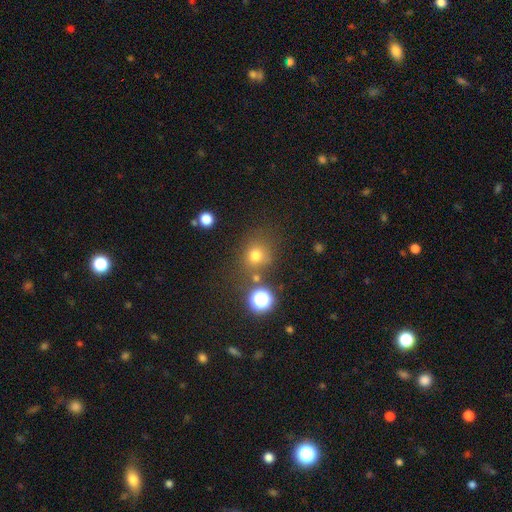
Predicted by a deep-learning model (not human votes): Q: Smooth or featured?
A: smooth (71%); runner-up: star or artifact (21%)
Q: How rounded?
A: round (86%); runner-up: in between (13%)
Q: Merging?
A: none (72%); runner-up: minor disturbance (12%)